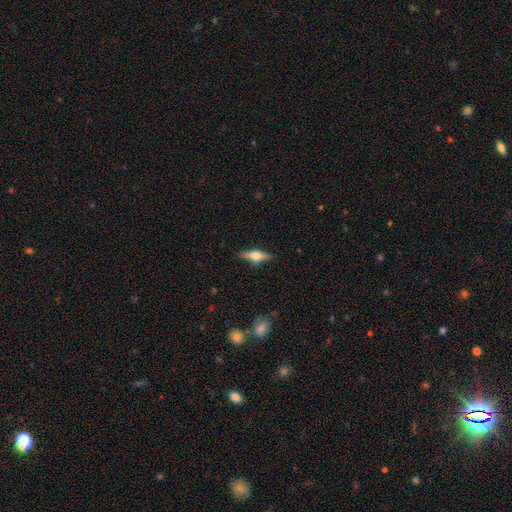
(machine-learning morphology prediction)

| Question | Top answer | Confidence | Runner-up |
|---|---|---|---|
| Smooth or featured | featured or disk | 56% | smooth (37%) |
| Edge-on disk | yes | 94% | no (6%) |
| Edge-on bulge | rounded | 92% | boxy (6%) |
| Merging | none | 85% | minor disturbance (11%) |